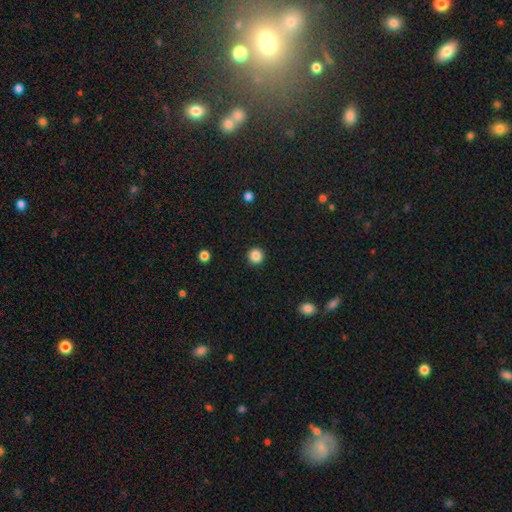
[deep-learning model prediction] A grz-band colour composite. It shows a smooth galaxy with no disk features (86%) that is round (96%). Merging: none (93%).